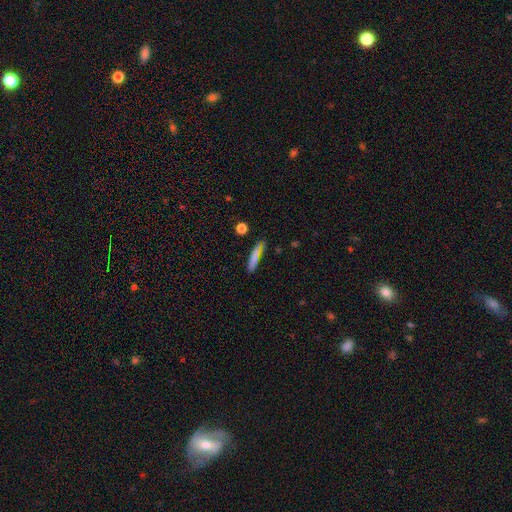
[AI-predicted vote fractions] smooth_or_featured: smooth (p=0.77) [alt: featured or disk p=0.16]
how_rounded: cigar-shaped (p=0.88) [alt: in between p=0.10]
merging: none (p=0.79) [alt: minor disturbance p=0.14]